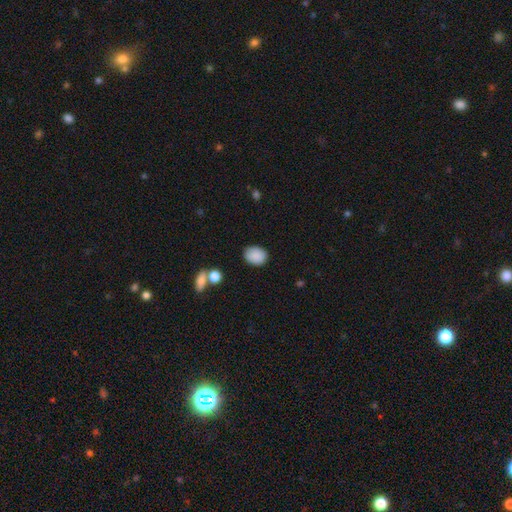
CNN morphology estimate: The model was most divided on "how rounded": in between: 62%, round: 37%, cigar-shaped: 1%. More confident: smooth or featured — smooth (88%); merging — none (82%).